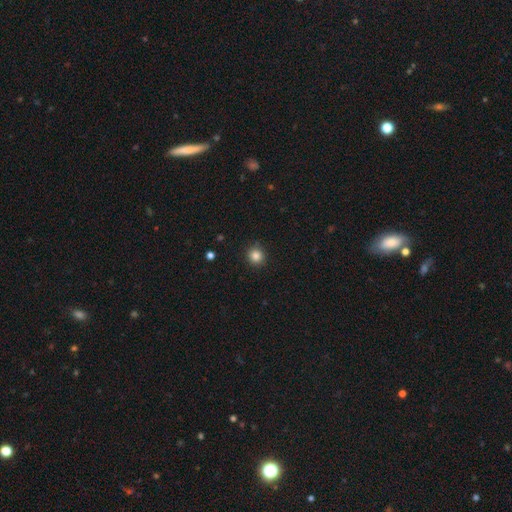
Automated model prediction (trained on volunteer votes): The model was most divided on "smooth or featured": smooth: 85%, star or artifact: 11%, featured or disk: 4%. More confident: how rounded — round (92%); merging — none (89%).